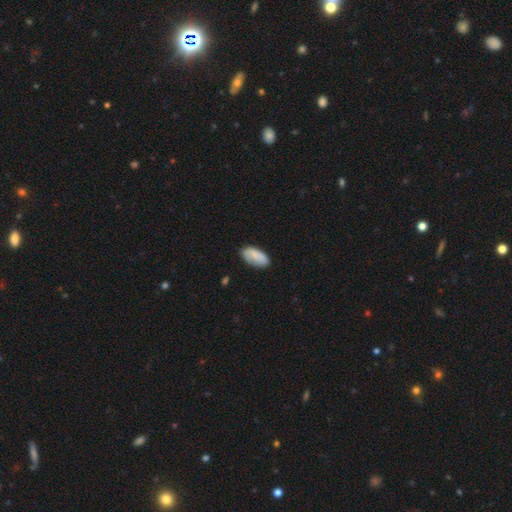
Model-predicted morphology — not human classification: Overall: smooth (81%). How rounded: in between (94%). Merging: none (75%).